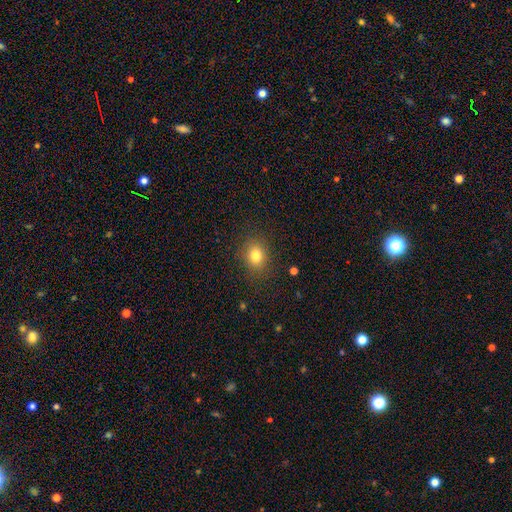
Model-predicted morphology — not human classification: Smooth or featured: smooth — 80% (star or artifact — 12%)
How rounded: round — 62% (in between — 37%)
Merging: none — 86% (minor disturbance — 9%)